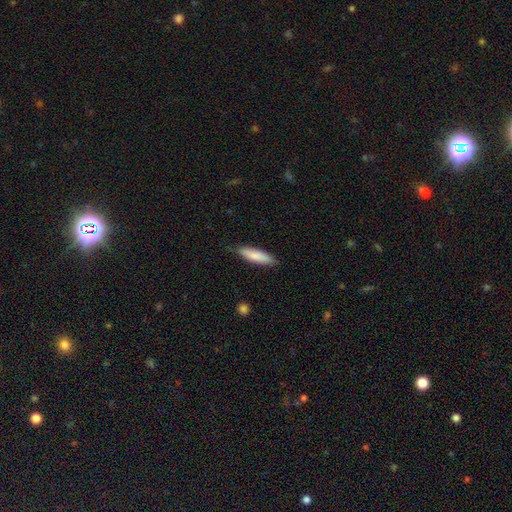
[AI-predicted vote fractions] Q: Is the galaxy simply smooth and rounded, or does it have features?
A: smooth — 84%.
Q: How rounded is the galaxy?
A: cigar-shaped — 64%.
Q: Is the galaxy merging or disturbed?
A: none — 83%.